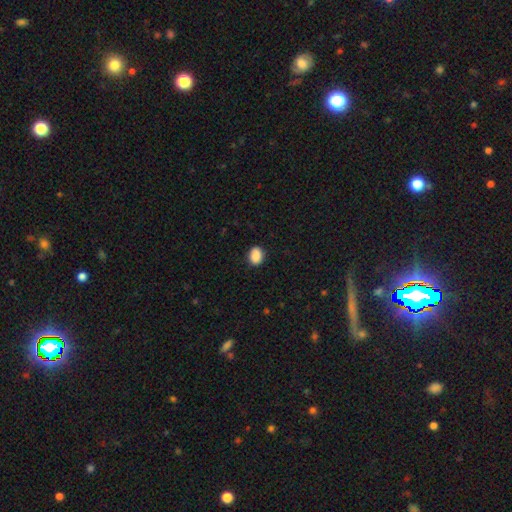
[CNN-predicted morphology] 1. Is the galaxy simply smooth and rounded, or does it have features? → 89% smooth, 8% star or artifact, 3% featured or disk.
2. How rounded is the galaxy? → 70% in between, 28% round, 1% cigar-shaped.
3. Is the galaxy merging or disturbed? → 89% none, 8% minor disturbance, 2% major disturbance, 1% merger.